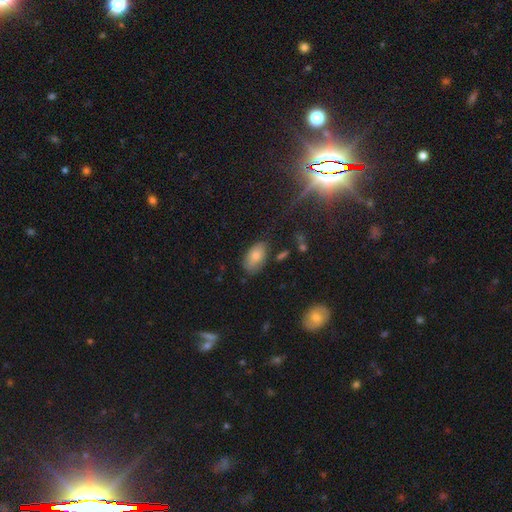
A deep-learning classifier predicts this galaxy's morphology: Overall: smooth (77%). How rounded: in between (92%). Merging: none (72%).